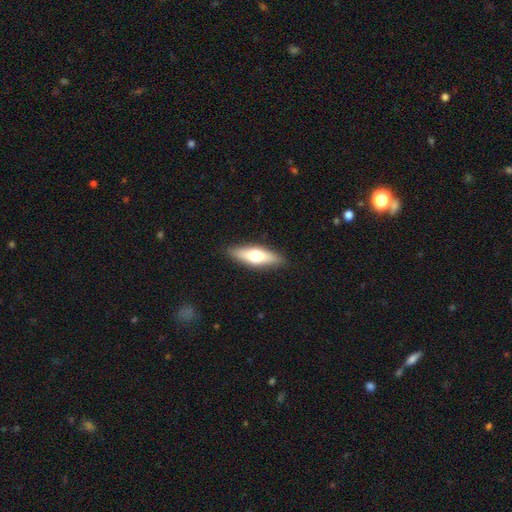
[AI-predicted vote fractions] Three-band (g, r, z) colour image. It shows a smooth galaxy with no disk features (58%) that is in between round and cigar-shaped (49%). Merging: none (88%).